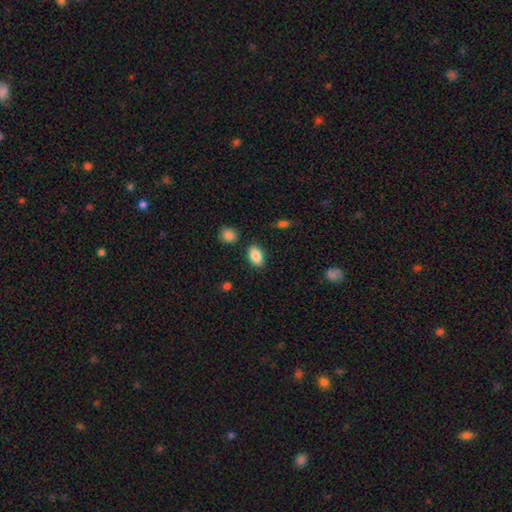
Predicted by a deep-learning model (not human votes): The model was most divided on "merging": none: 85%, minor disturbance: 10%, merger: 3%, major disturbance: 3%. More confident: how rounded — in between (90%); smooth or featured — smooth (85%).